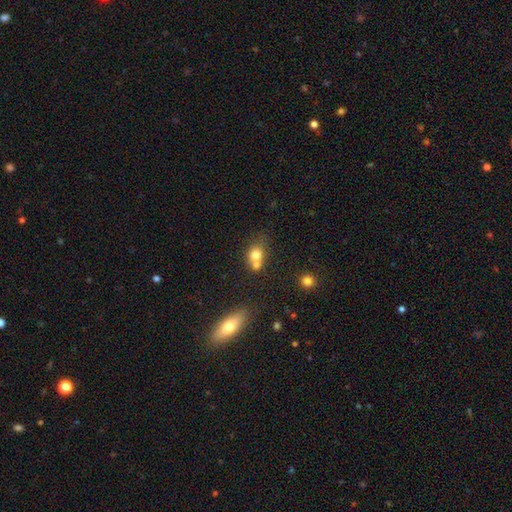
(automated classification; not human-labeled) This appears to be a smooth galaxy with no disk features (74%) that is round (60%). Merging: merger (53%).